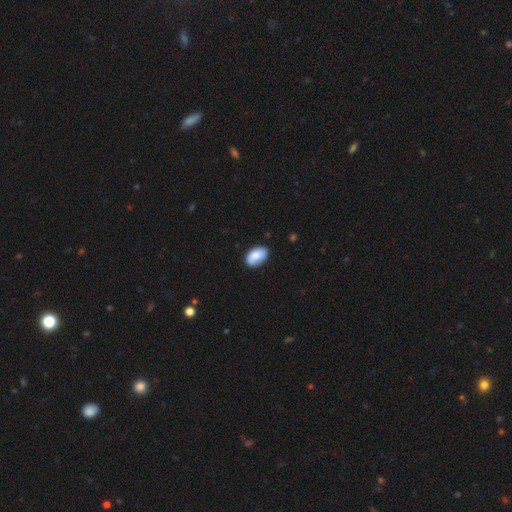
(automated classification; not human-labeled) A smooth galaxy with no disk features (81%) that is in between round and cigar-shaped (93%).

Vote fractions:
- Smooth or featured? smooth: 81% / featured or disk: 12% / star or artifact: 7%
- How rounded? in between: 93% / round: 6% / cigar-shaped: 1%
- Merging? none: 81% / minor disturbance: 15% / major disturbance: 3% / merger: 1%